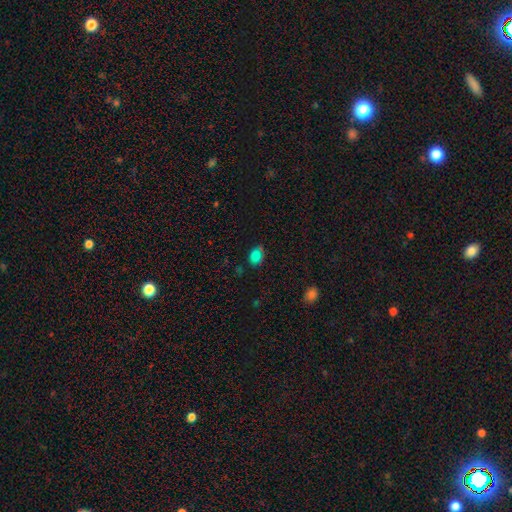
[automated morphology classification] This is likely a smooth galaxy (75%). How rounded: likely in between (67%). Merging: likely none (67%).